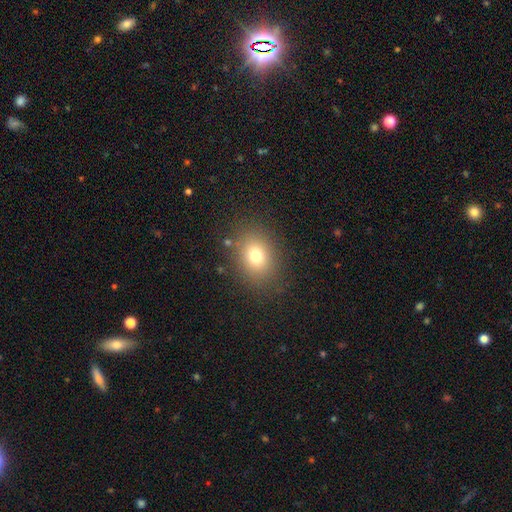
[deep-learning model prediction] smooth 75%, star or artifact 14%, featured or disk 11%. Down the decision tree: how rounded — round (52%); merging — none (83%).